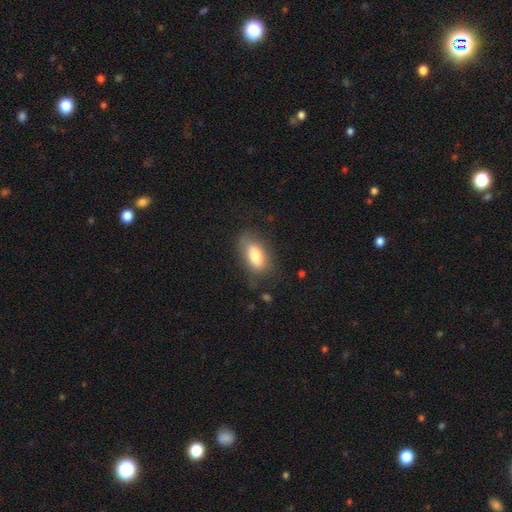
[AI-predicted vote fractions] smooth_or_featured: smooth (p=0.76) [alt: featured or disk p=0.17]
how_rounded: in between (p=0.87) [alt: cigar-shaped p=0.09]
merging: none (p=0.69) [alt: minor disturbance p=0.21]